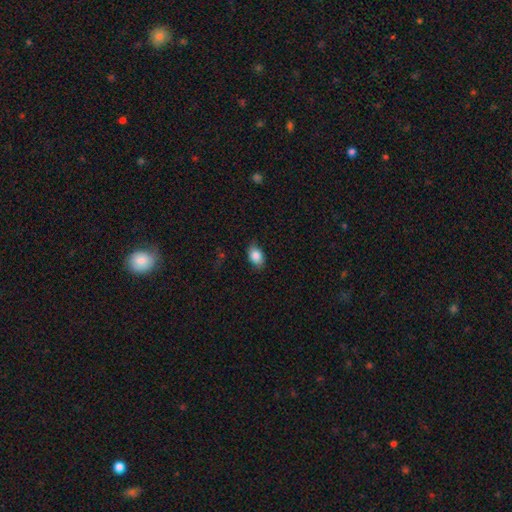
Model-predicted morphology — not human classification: Overall: smooth (85%). How rounded: in between (82%). Merging: none (80%).